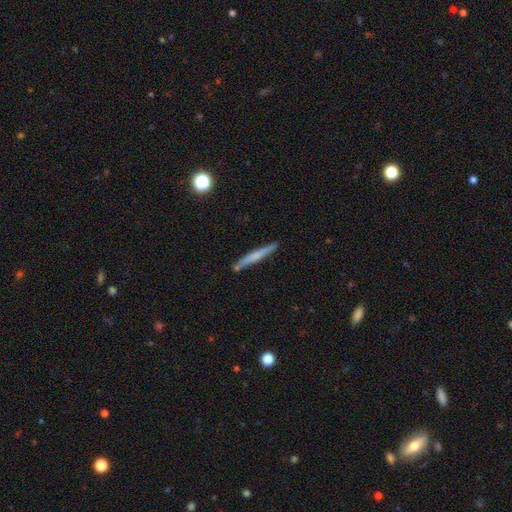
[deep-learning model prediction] smooth_or_featured: smooth (p=0.56) [alt: featured or disk p=0.38]
how_rounded: cigar-shaped (p=0.96) [alt: in between p=0.03]
merging: none (p=0.85) [alt: minor disturbance p=0.10]